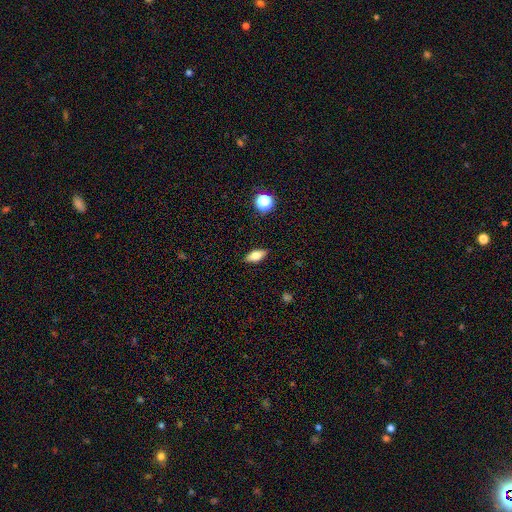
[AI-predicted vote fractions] A smooth galaxy with no disk features (72%) that is in between round and cigar-shaped (81%).

Vote fractions:
- Smooth or featured? smooth: 72% / featured or disk: 19% / star or artifact: 9%
- How rounded? in between: 81% / cigar-shaped: 14% / round: 5%
- Merging? none: 87% / minor disturbance: 10% / major disturbance: 2% / merger: 1%